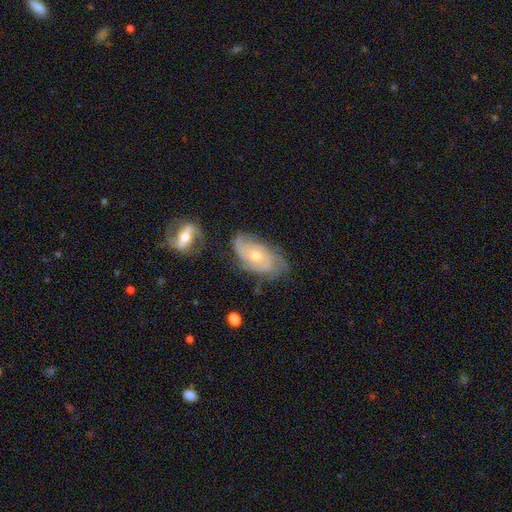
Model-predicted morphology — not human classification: This appears to be a featured or disk galaxy (79%) with no bar (72%), tight (58%) spiral arms (93%) and a moderate central bulge (50%). Merging: none (66%).